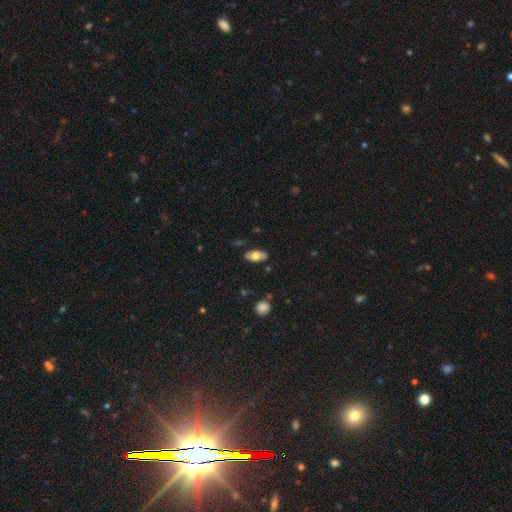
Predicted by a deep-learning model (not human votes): A smooth galaxy with no disk features (66%) that is in between round and cigar-shaped (91%). Merging: none (83%).